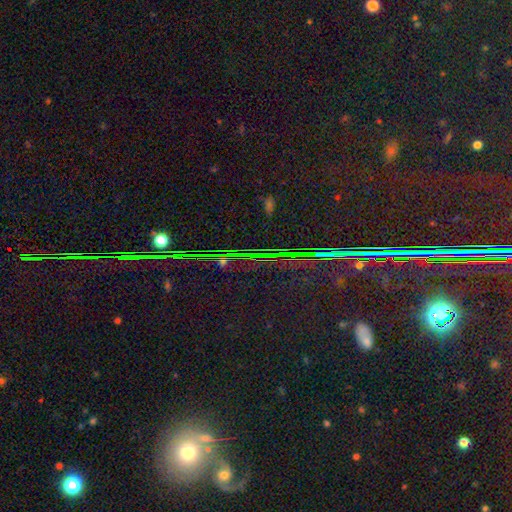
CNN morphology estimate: The model was most divided on "smooth or featured": star or artifact: 83%, featured or disk: 9%, smooth: 8%.